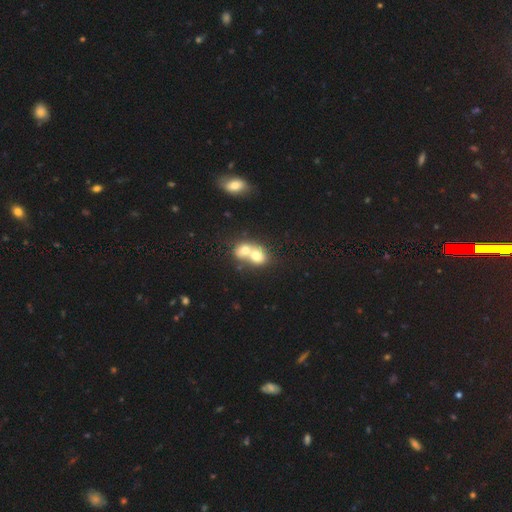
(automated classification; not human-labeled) This is likely a smooth galaxy (67%). How rounded: possibly round (56%). Merging: likely merger (76%).